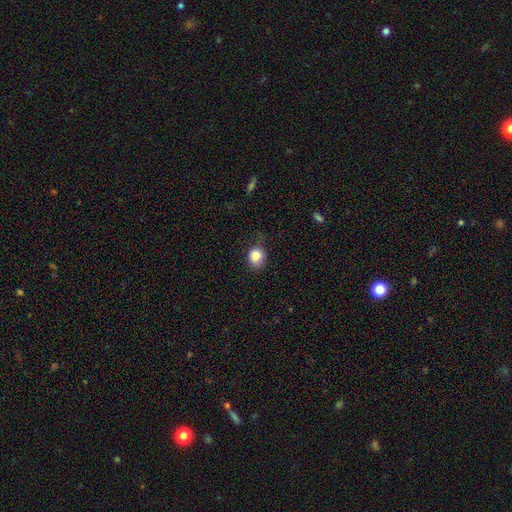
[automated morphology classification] type=smooth (84%); roundness=round (69%); merging=none (64%).